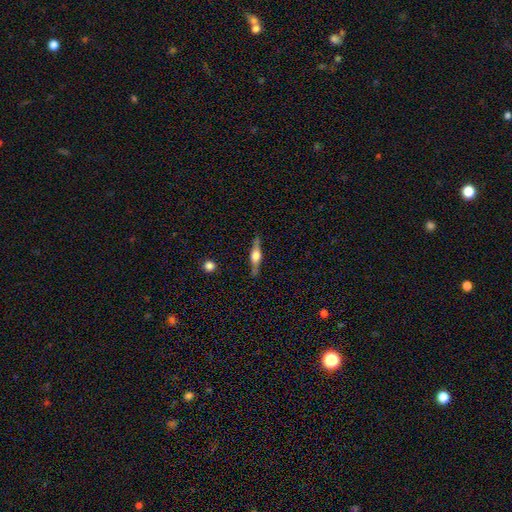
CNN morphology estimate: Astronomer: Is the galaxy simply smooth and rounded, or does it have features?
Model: featured or disk — 64%.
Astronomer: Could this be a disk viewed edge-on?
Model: yes — 95%.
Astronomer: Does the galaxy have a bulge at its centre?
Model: rounded — 84%.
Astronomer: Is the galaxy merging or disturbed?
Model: none — 84%.